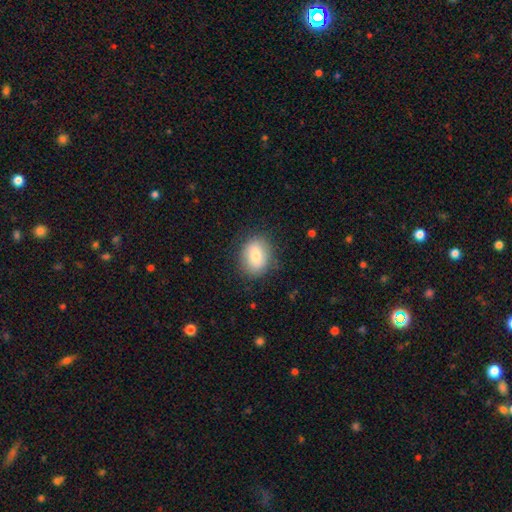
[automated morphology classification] A smooth galaxy with no disk features (77%) that is in between round and cigar-shaped (58%). Merging: none (84%).